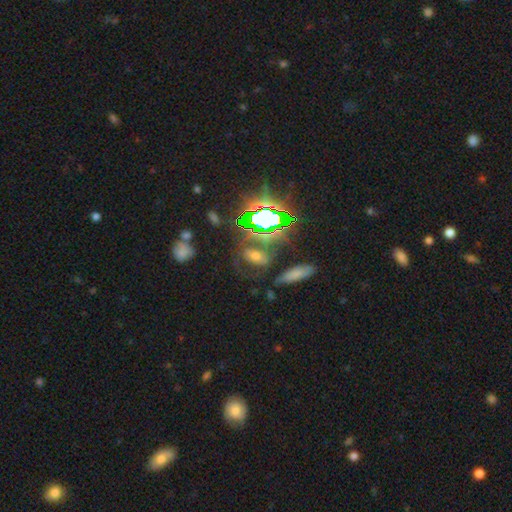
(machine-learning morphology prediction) A smooth galaxy with no disk features (40%).

Vote fractions:
- Smooth or featured? smooth: 40% / star or artifact: 36% / featured or disk: 25%
- Merging? none: 67% / minor disturbance: 16% / major disturbance: 10% / merger: 7%